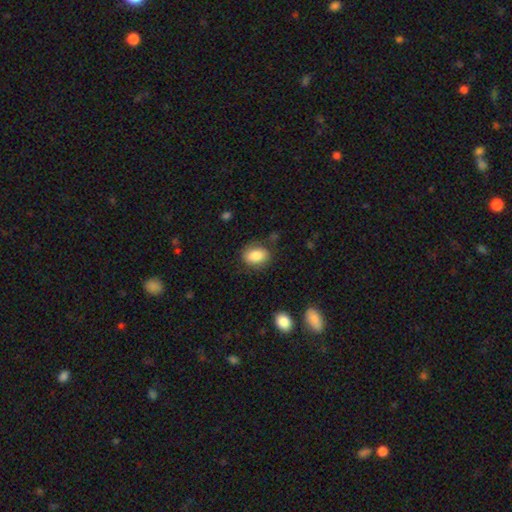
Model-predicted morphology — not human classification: This is clearly a smooth galaxy (85%). How rounded: likely in between (75%). Merging: likely none (79%).